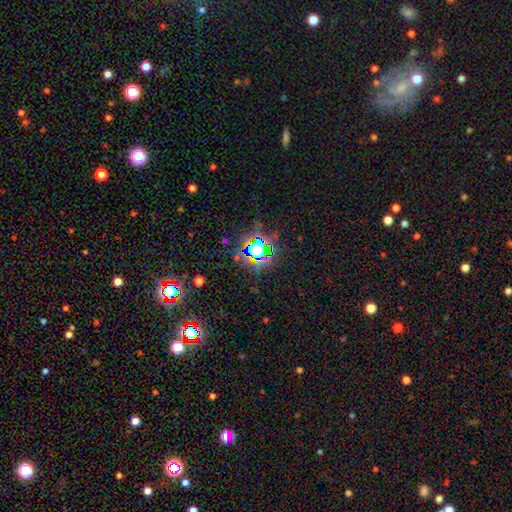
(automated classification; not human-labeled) Overall: star or artifact (75%).